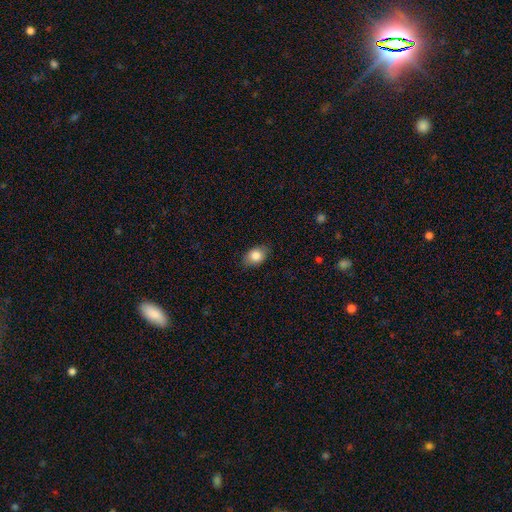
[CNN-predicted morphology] A smooth galaxy with no disk features (83%) that is in between round and cigar-shaped (76%). Merging: none (83%).